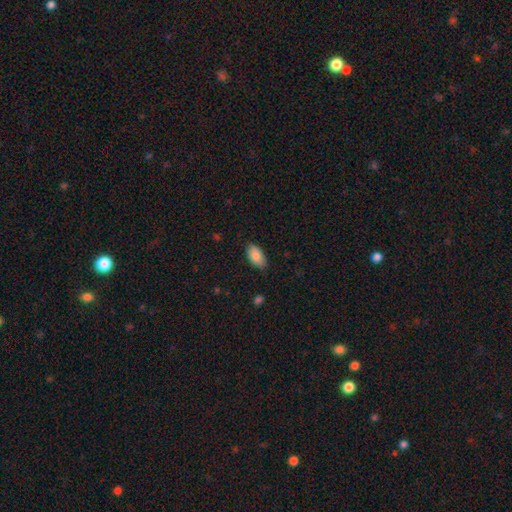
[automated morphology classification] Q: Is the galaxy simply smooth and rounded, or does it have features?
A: smooth — 88%.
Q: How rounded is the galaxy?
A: in between — 94%.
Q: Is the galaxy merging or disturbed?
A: none — 84%.